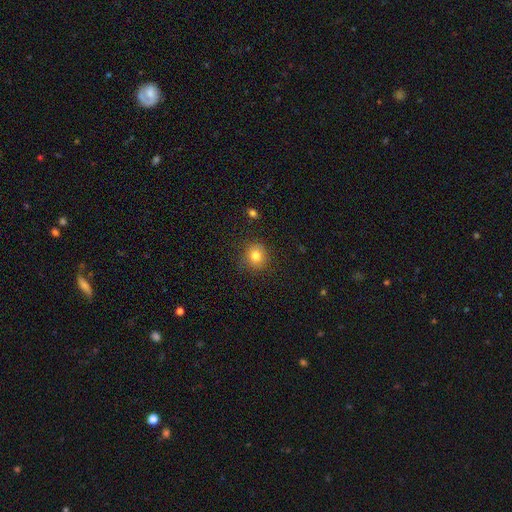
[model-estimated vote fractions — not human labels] Smooth or featured? smooth (80%)
How rounded? round (85%)
Merging? none (83%)